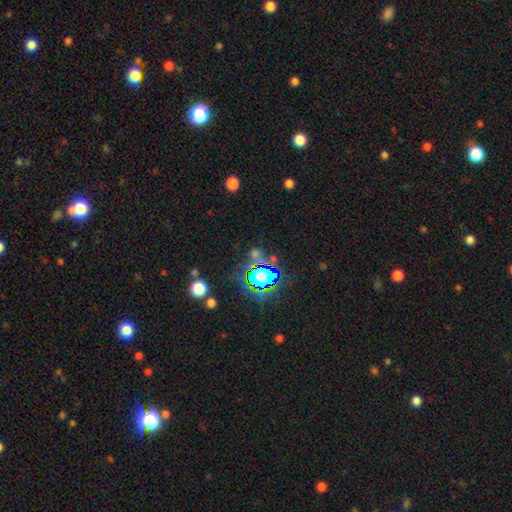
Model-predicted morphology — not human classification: Smooth or featured: star or artifact — 69% (smooth — 21%)